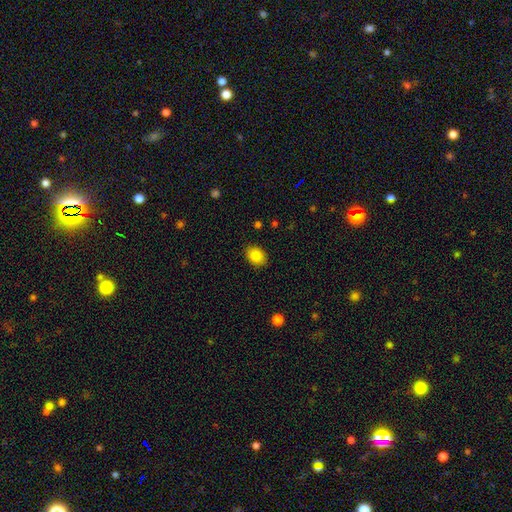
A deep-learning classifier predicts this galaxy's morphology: smooth 86%, star or artifact 9%, featured or disk 6%. Down the decision tree: how rounded — in between (63%); merging — none (87%).